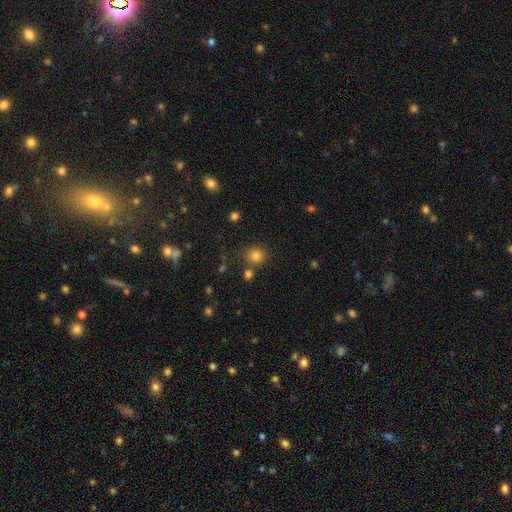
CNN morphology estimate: smooth 82%, star or artifact 13%, featured or disk 5%. Down the decision tree: how rounded — round (88%); merging — none (77%).